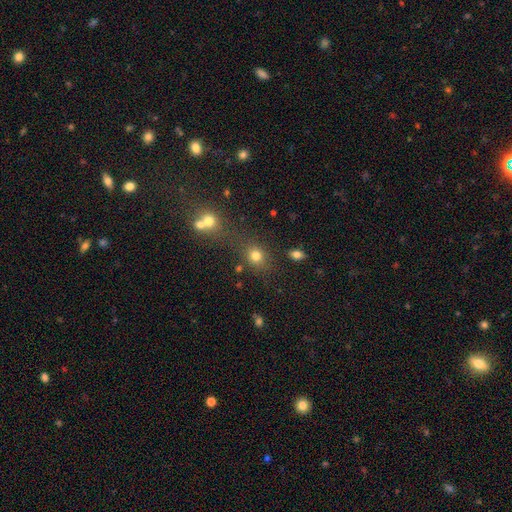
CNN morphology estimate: Smooth or featured? smooth (77%)
How rounded? round (67%)
Merging? none (65%)